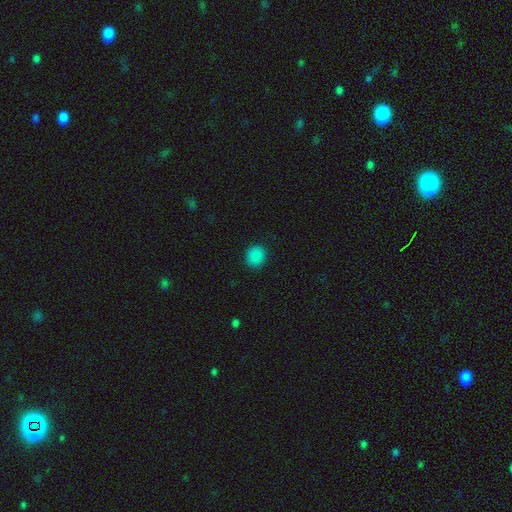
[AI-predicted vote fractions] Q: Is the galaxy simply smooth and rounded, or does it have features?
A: smooth — 86%.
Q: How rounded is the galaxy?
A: round — 76%.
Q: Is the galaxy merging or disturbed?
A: none — 90%.